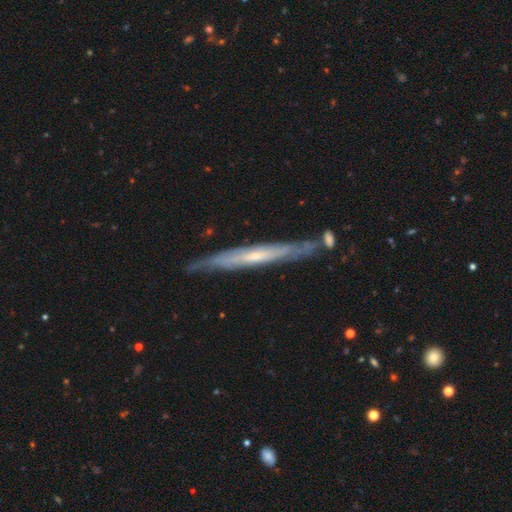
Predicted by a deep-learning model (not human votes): A featured or disk galaxy (72%) viewed edge-on (86%) with no central bulge (61%). Merging: none (79%).